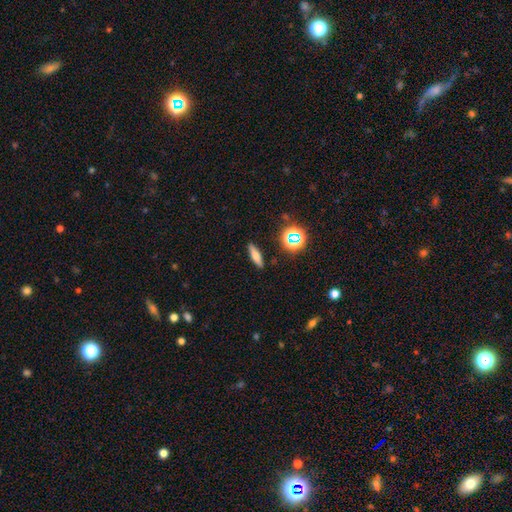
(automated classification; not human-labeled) This appears to be a smooth galaxy with no disk features (61%) that is cigar-shaped (61%). Merging: none (89%).